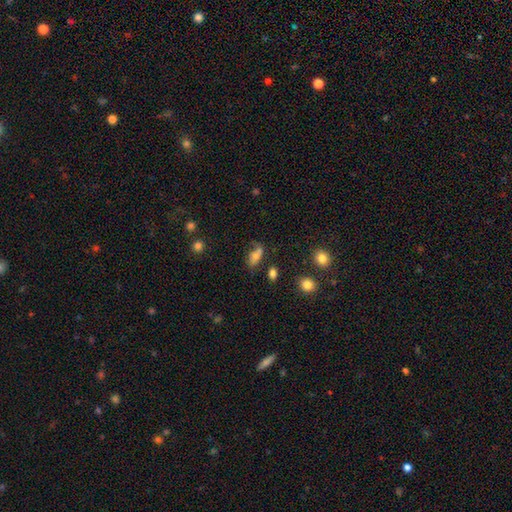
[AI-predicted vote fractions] Overall: smooth (63%; featured or disk 26%). How rounded: in between (83%). Merging: none (48%; minor disturbance 26%).